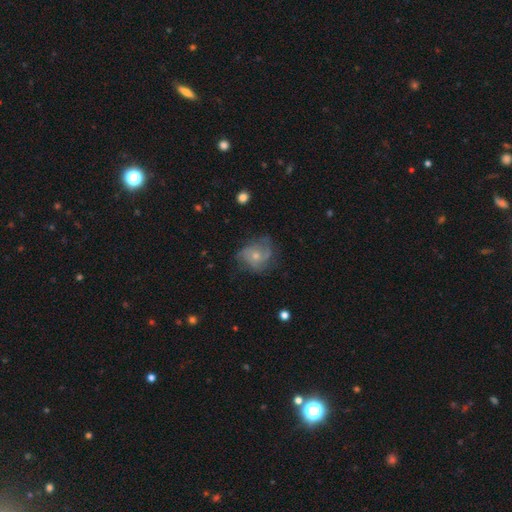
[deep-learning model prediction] Morphology: type=featured or disk (62%); edge-on=no (97%); bar=no (80%); spiral arms=yes (85%); winding=medium (45%); arm count=2 (30%); bulge=small (53%); merging=none (59%).